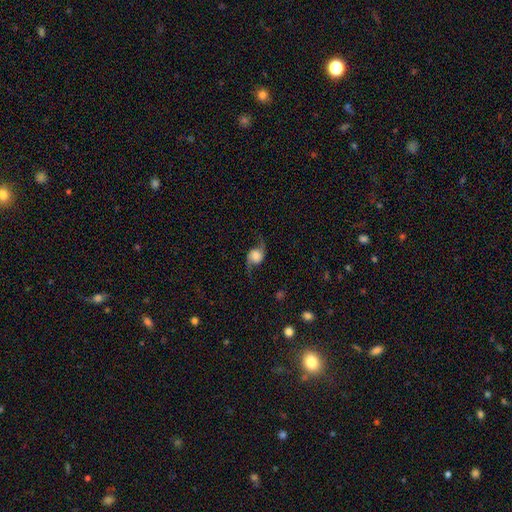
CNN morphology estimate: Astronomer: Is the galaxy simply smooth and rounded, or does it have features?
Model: featured or disk — 74%.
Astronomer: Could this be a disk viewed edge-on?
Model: no — 96%.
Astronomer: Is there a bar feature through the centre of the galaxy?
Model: no — 67%.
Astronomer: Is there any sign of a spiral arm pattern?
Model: yes — 95%.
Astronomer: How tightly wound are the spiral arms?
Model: loose — 84%.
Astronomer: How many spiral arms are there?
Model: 2 — 93%.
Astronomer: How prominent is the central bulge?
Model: large — 31% (runner-up: dominant, 23%).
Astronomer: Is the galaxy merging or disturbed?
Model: none — 74%.